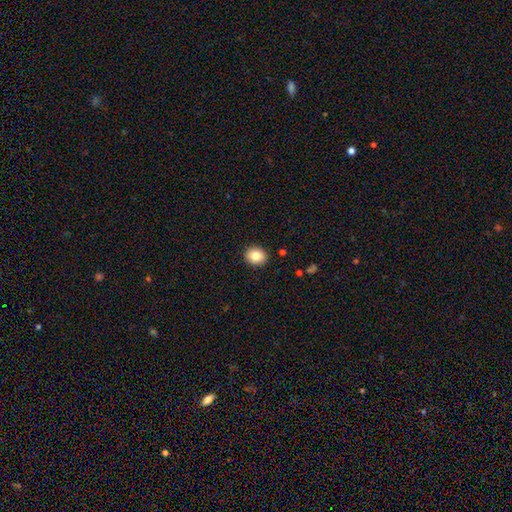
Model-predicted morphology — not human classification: smooth 84%, star or artifact 9%, featured or disk 7%. Down the decision tree: how rounded — round (67%); merging — none (91%).